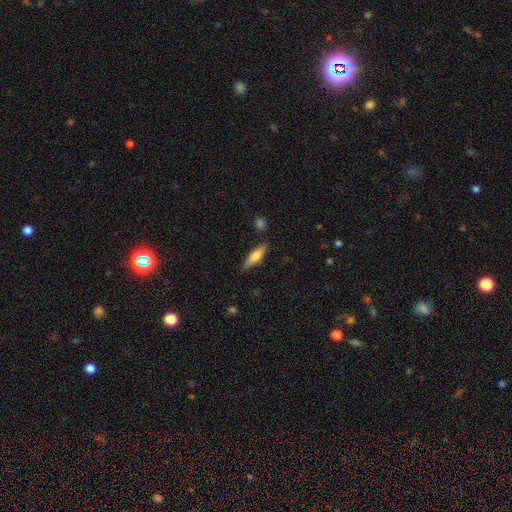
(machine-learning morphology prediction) This is likely a smooth galaxy (73%). How rounded: possibly cigar-shaped (59%). Merging: likely none (78%).